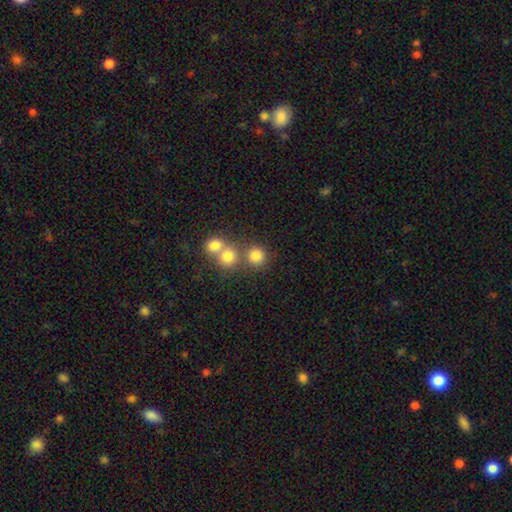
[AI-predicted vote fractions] Q: Smooth or featured?
A: smooth (79%); runner-up: star or artifact (13%)
Q: How rounded?
A: round (89%); runner-up: in between (10%)
Q: Merging?
A: none (60%); runner-up: merger (30%)